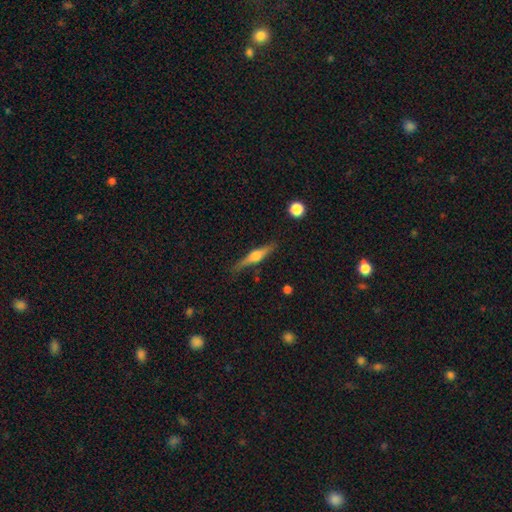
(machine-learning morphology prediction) Smooth or featured? Predicted: featured or disk (p=0.63). Edge-on disk? Predicted: yes (p=0.97). Edge-on bulge? Predicted: rounded (p=0.86). Merging? Predicted: none (p=0.80).